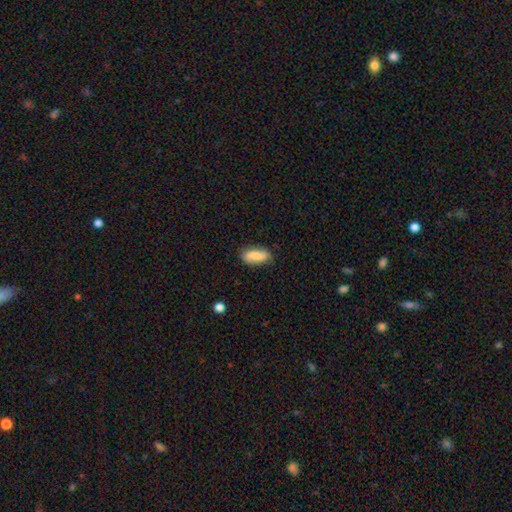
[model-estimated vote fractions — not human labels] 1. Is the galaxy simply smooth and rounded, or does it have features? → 77% smooth, 16% featured or disk, 7% star or artifact.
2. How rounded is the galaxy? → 83% in between, 14% cigar-shaped, 3% round.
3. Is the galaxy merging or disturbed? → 76% none, 19% minor disturbance, 3% major disturbance, 2% merger.